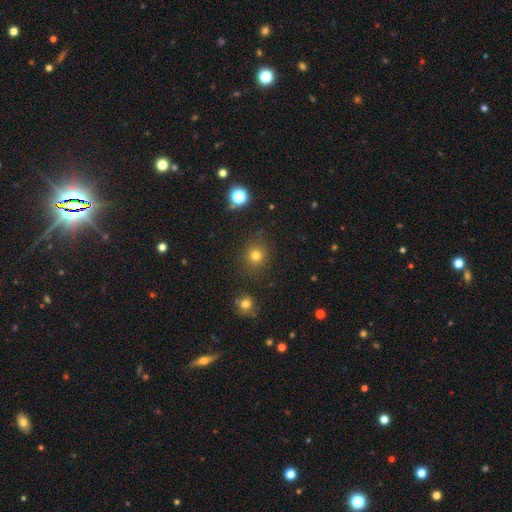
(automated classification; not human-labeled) smooth 77%, star or artifact 17%, featured or disk 6%. Down the decision tree: how rounded — round (89%); merging — none (86%).